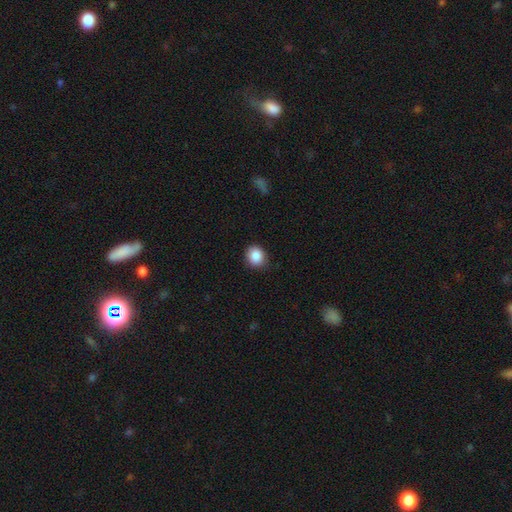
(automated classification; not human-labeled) Smooth or featured?
  - smooth: 87% *
  - star or artifact: 9%
  - featured or disk: 4%
How rounded?
  - round: 69% *
  - in between: 30%
  - cigar-shaped: 1%
Merging?
  - none: 84% *
  - minor disturbance: 12%
  - major disturbance: 3%
  - merger: 1%